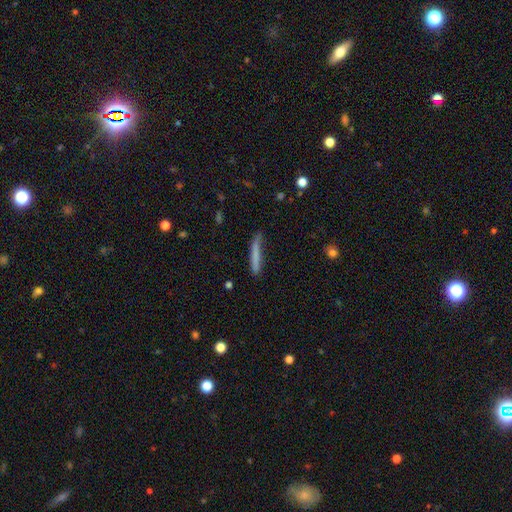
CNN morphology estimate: Q: Smooth or featured?
A: smooth (72%); runner-up: featured or disk (21%)
Q: How rounded?
A: cigar-shaped (95%); runner-up: in between (4%)
Q: Merging?
A: none (70%); runner-up: minor disturbance (22%)